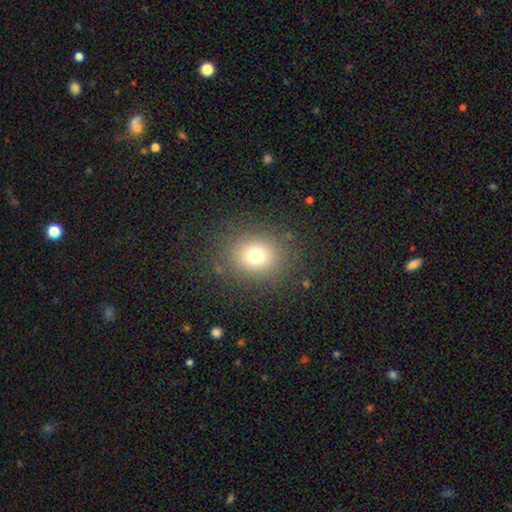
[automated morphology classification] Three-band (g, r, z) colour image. It shows a smooth galaxy with no disk features (73%) that is round (75%). Merging: none (85%).